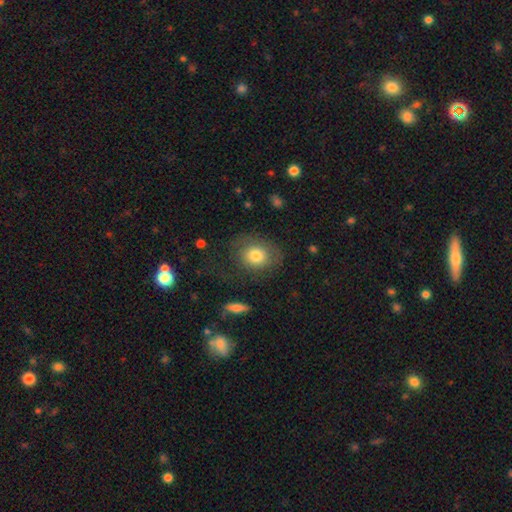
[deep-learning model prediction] This appears to be a smooth galaxy with no disk features (72%) that is round (56%). Merging: none (67%).